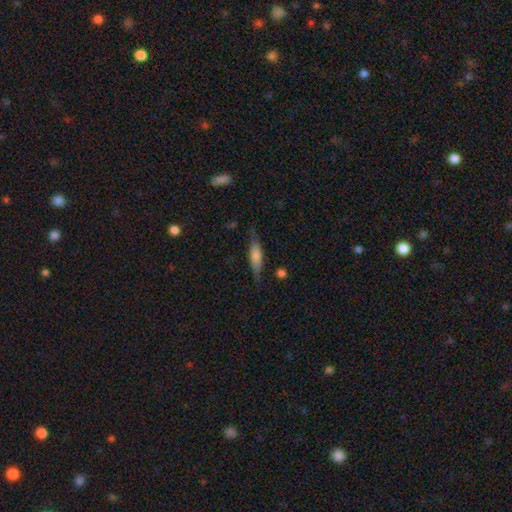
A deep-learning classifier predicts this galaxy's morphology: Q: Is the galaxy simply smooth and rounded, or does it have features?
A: smooth — 54%.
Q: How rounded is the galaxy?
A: cigar-shaped — 70%.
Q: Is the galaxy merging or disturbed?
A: none — 76%.